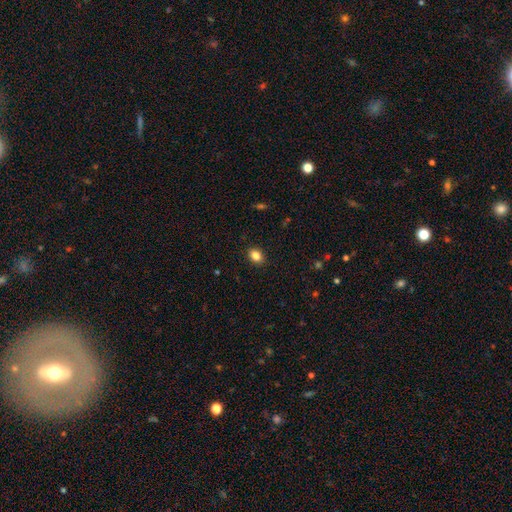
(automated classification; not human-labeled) Smooth or featured: smooth — 85% (star or artifact — 10%)
How rounded: in between — 61% (round — 38%)
Merging: none — 90% (minor disturbance — 7%)